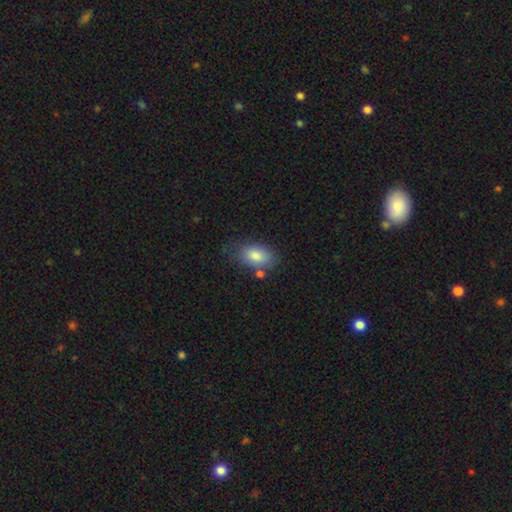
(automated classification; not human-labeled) This appears to be a smooth galaxy with no disk features (82%) that is in between round and cigar-shaped (90%). Merging: none (67%).